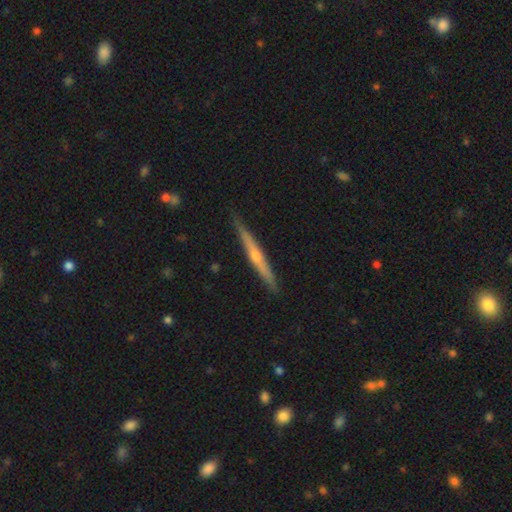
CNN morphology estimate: Smooth or featured? featured or disk (73%)
Edge-on disk? yes (98%)
Edge-on bulge? rounded (78%)
Merging? none (90%)